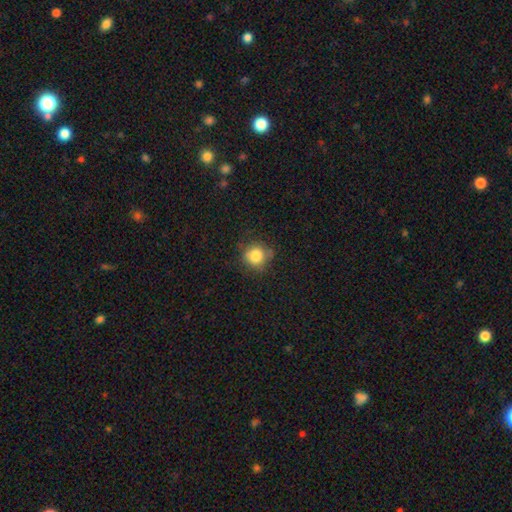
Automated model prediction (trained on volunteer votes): Smooth or featured: smooth — 82% (star or artifact — 11%)
How rounded: round — 87% (in between — 12%)
Merging: none — 74% (minor disturbance — 19%)